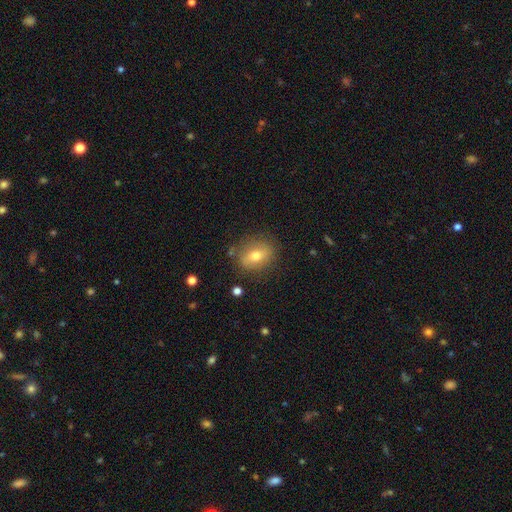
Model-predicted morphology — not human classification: Smooth or featured?
  - smooth: 65% *
  - featured or disk: 25%
  - star or artifact: 10%
How rounded?
  - in between: 57% *
  - round: 41%
  - cigar-shaped: 2%
Merging?
  - none: 80% *
  - minor disturbance: 14%
  - major disturbance: 4%
  - merger: 2%